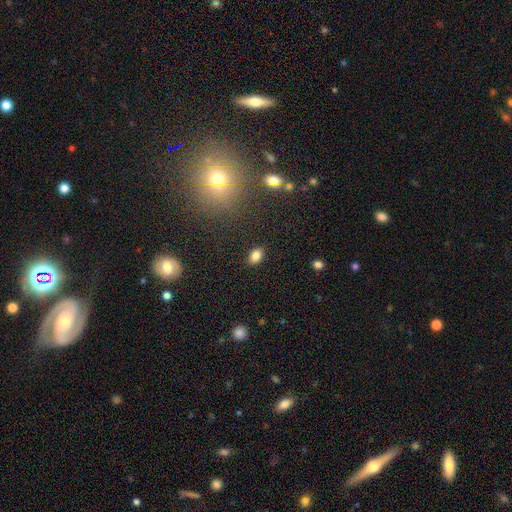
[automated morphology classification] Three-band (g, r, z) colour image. It shows a smooth galaxy with no disk features (83%) that is in between round and cigar-shaped (84%). Merging: none (87%).